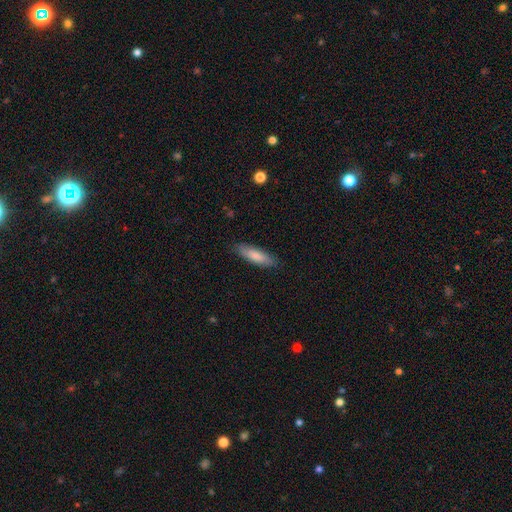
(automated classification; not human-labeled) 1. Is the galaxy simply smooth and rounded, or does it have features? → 82% smooth, 13% featured or disk, 6% star or artifact.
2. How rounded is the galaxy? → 53% cigar-shaped, 45% in between, 1% round.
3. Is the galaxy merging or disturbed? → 84% none, 13% minor disturbance, 2% major disturbance, 1% merger.